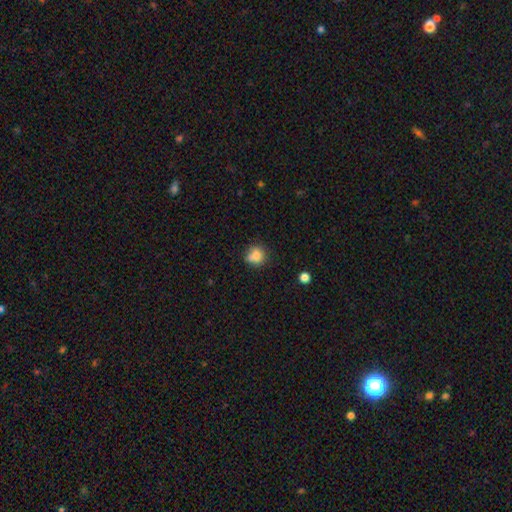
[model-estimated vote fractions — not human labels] Q: Smooth or featured?
A: smooth (80%); runner-up: star or artifact (11%)
Q: How rounded?
A: round (80%); runner-up: in between (18%)
Q: Merging?
A: none (57%); runner-up: minor disturbance (21%)